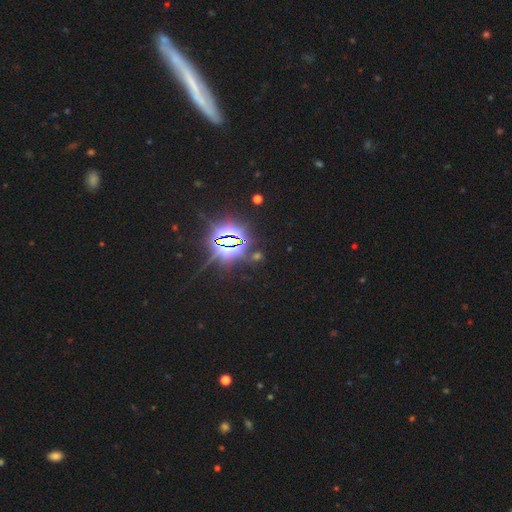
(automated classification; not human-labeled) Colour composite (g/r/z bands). It shows a star or artifact, not a galaxy (85%).